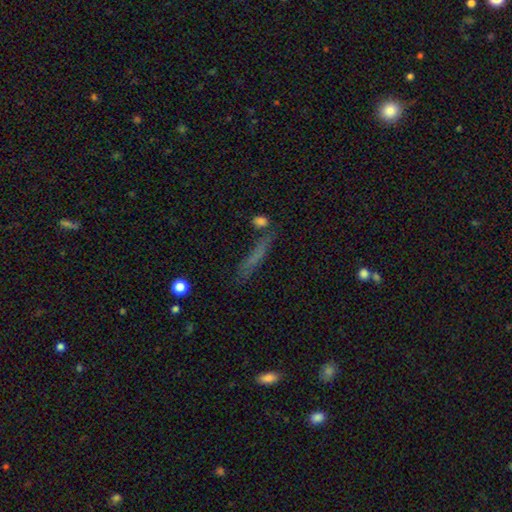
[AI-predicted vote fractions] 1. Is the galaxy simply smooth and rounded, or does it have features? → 55% smooth, 28% featured or disk, 17% star or artifact.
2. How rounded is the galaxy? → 87% cigar-shaped, 9% in between, 4% round.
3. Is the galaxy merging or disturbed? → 70% none, 15% minor disturbance, 8% merger, 7% major disturbance.